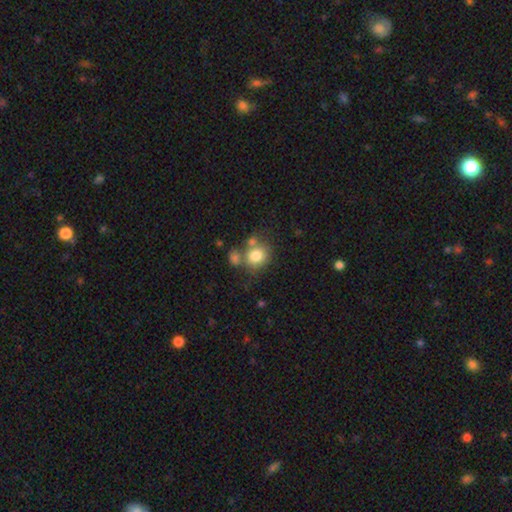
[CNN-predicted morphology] Smooth or featured? smooth (79%)
How rounded? round (76%)
Merging? none (53%)